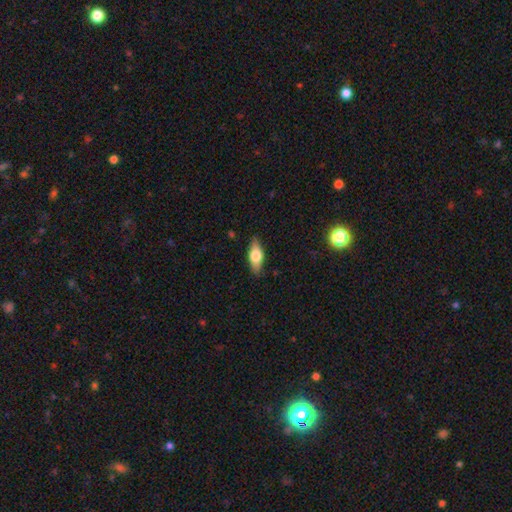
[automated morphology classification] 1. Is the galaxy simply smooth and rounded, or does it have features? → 60% smooth, 33% featured or disk, 7% star or artifact.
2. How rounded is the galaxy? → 75% in between, 22% cigar-shaped, 3% round.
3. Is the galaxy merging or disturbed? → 85% none, 11% minor disturbance, 2% major disturbance, 1% merger.